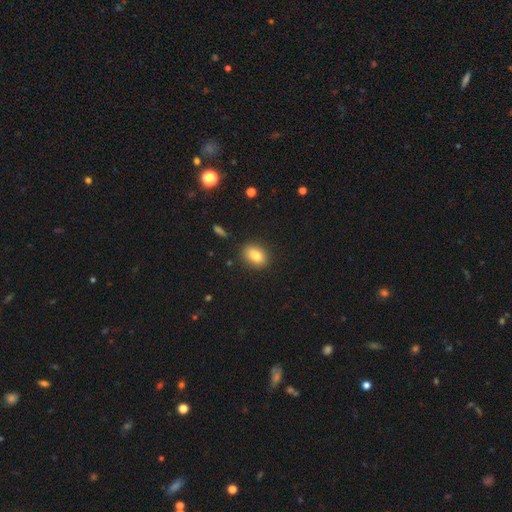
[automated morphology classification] The model was most divided on "how rounded": in between: 69%, round: 29%, cigar-shaped: 2%. More confident: merging — none (86%); smooth or featured — smooth (79%).